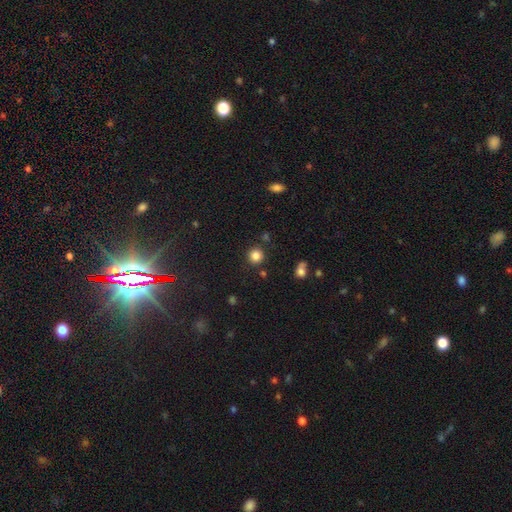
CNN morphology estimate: The model was most divided on "smooth or featured": smooth: 84%, star or artifact: 12%, featured or disk: 4%. More confident: how rounded — round (93%); merging — none (87%).